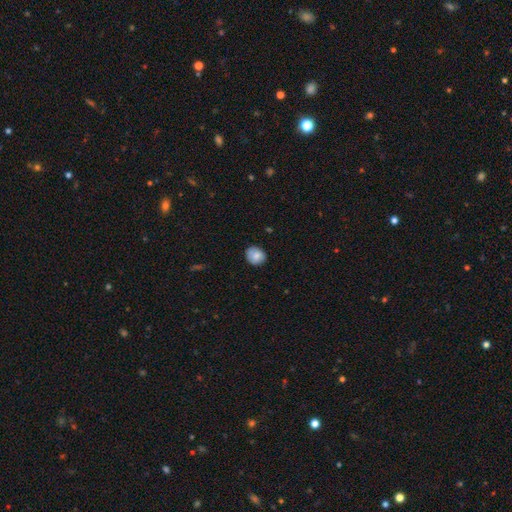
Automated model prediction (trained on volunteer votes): smooth-or-featured: smooth: 82% | featured or disk: 10% | star or artifact: 8%
  how-rounded: round: 72% | in between: 27% | cigar-shaped: 1%
  merging: none: 81% | minor disturbance: 15% | major disturbance: 3% | merger: 1%